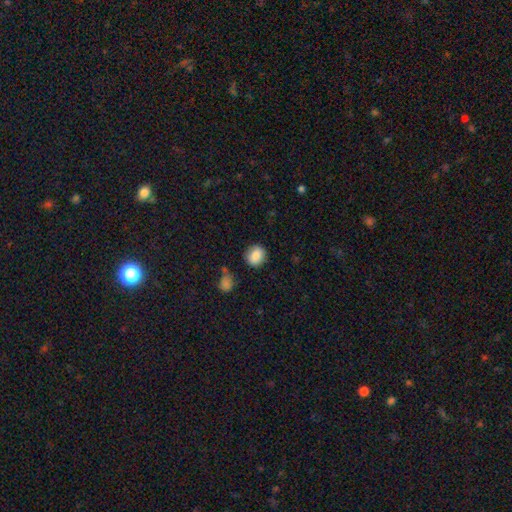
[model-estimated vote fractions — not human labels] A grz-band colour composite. It shows a smooth galaxy with no disk features (85%) that is round (80%). Merging: none (86%).